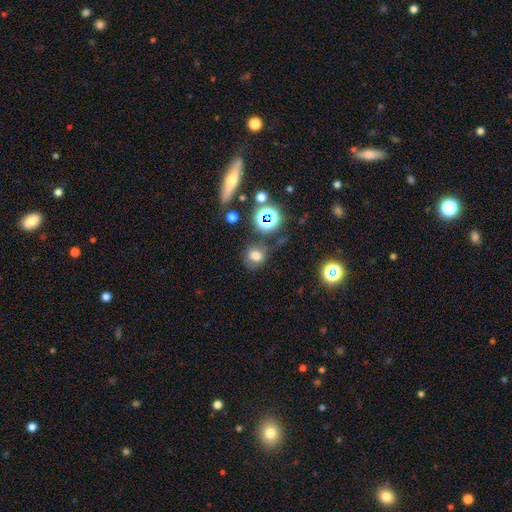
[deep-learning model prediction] The model was most divided on "how rounded": round: 59%, in between: 39%, cigar-shaped: 2%. More confident: smooth or featured — smooth (67%); merging — none (66%).